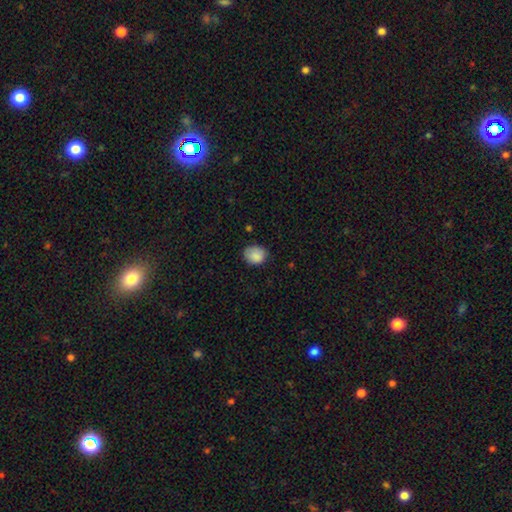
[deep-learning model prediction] A smooth galaxy with no disk features (87%) that is round (56%). Merging: none (71%).